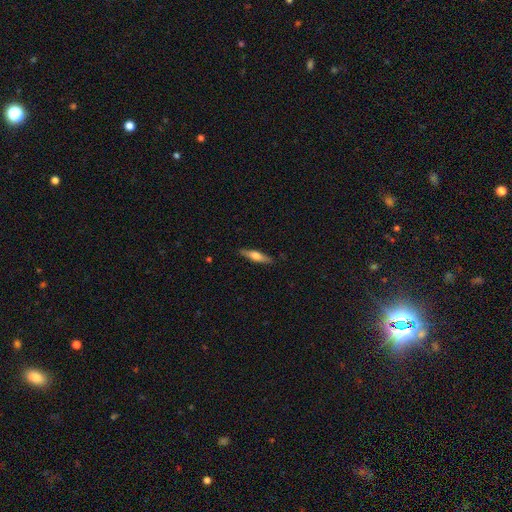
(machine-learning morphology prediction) Smooth or featured?
  - featured or disk: 47% * (tied)
  - smooth: 47% * (tied)
  - star or artifact: 6%
Merging?
  - none: 87% *
  - minor disturbance: 10%
  - major disturbance: 2%
  - merger: 1%